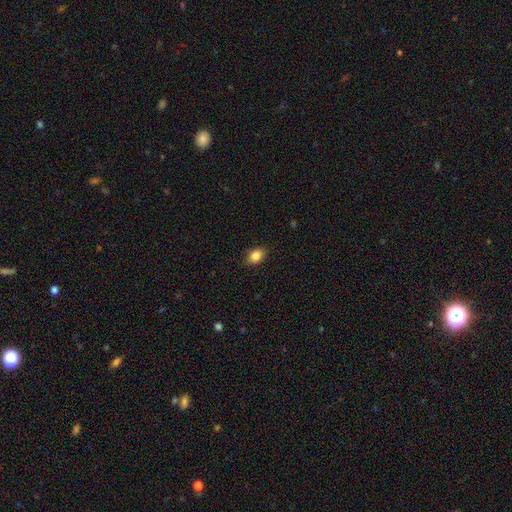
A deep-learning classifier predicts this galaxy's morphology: Smooth or featured: smooth — 85% (star or artifact — 9%)
How rounded: in between — 74% (round — 24%)
Merging: none — 87% (minor disturbance — 10%)